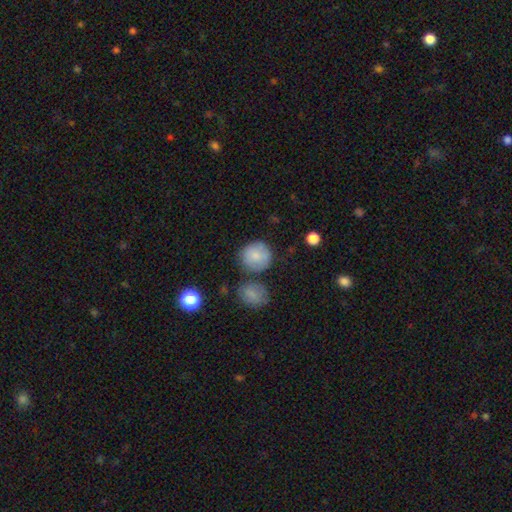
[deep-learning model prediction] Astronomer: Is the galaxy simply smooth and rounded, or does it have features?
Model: smooth — 82%.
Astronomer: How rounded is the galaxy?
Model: round — 88%.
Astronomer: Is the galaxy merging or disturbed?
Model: none — 65%.